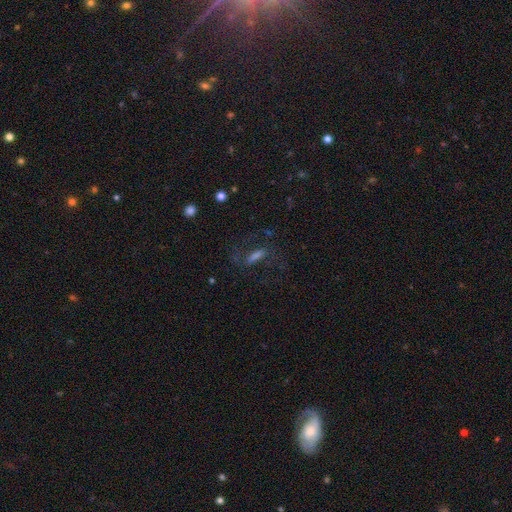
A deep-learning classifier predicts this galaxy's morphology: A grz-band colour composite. It shows a smooth galaxy with no disk features (39%). Merging: none (62%).